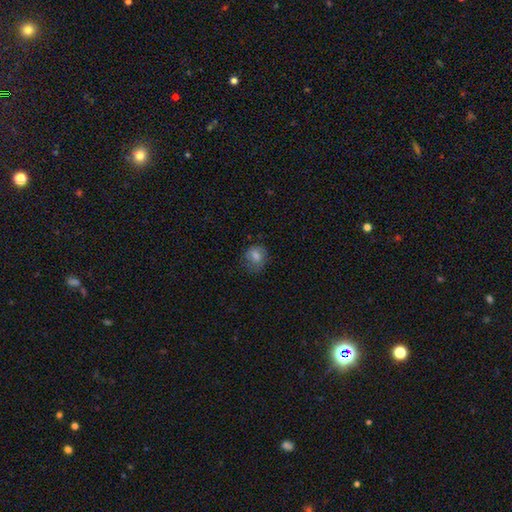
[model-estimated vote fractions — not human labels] A smooth galaxy with no disk features (67%) that is round (73%).

Vote fractions:
- Smooth or featured? smooth: 67% / featured or disk: 19% / star or artifact: 14%
- How rounded? round: 73% / in between: 26% / cigar-shaped: 1%
- Merging? none: 68% / minor disturbance: 21% / major disturbance: 9% / merger: 1%